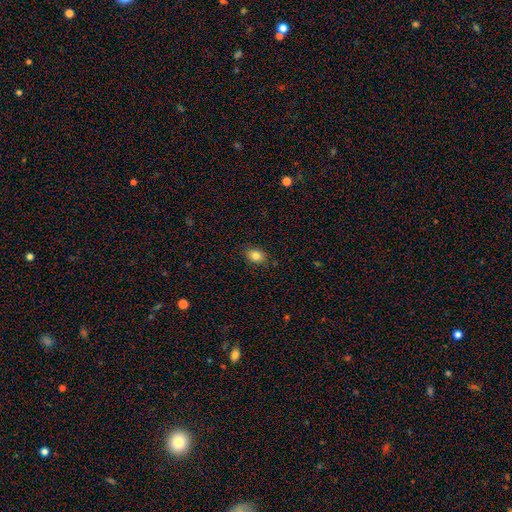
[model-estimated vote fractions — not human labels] Q: Smooth or featured?
A: smooth (83%); runner-up: star or artifact (10%)
Q: How rounded?
A: in between (69%); runner-up: round (30%)
Q: Merging?
A: none (86%); runner-up: minor disturbance (10%)